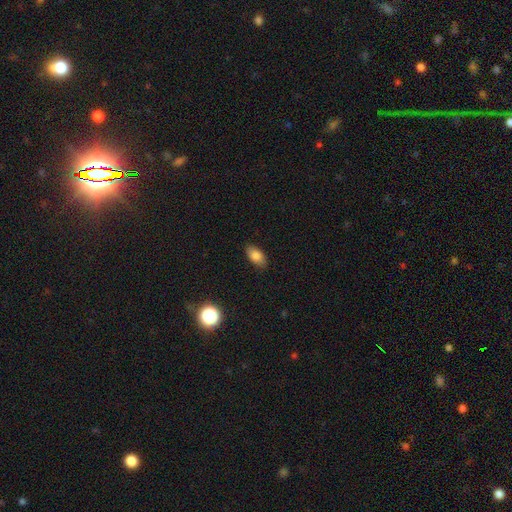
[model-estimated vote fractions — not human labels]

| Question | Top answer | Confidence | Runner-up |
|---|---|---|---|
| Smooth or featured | smooth | 82% | star or artifact (9%) |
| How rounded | in between | 91% | round (5%) |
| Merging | none | 86% | minor disturbance (11%) |